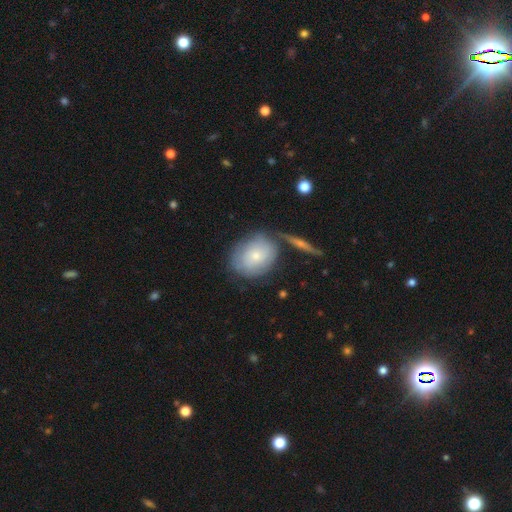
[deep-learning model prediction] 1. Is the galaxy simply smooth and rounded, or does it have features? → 56% smooth, 37% featured or disk, 7% star or artifact.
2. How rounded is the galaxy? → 50% round, 48% in between, 2% cigar-shaped.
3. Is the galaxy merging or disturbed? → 65% none, 19% minor disturbance, 10% merger, 6% major disturbance.